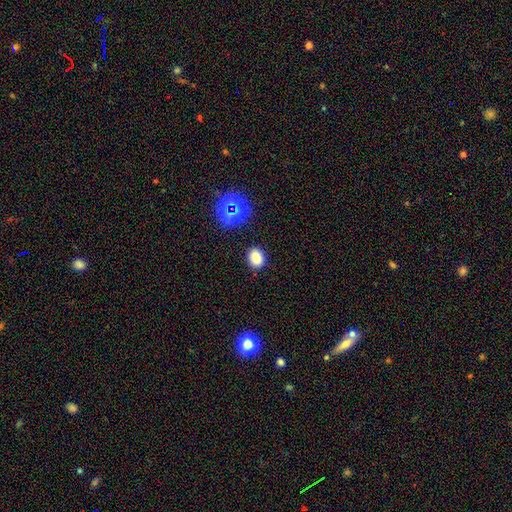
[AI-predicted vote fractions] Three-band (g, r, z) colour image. It shows a smooth galaxy with no disk features (80%) that is in between round and cigar-shaped (59%). Merging: none (86%).